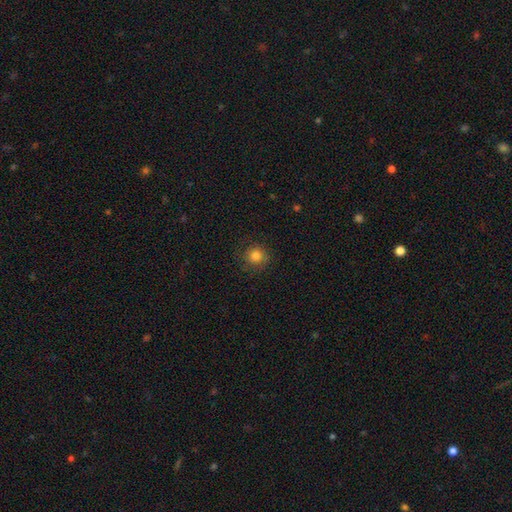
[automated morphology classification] A smooth galaxy with no disk features (81%) that is round (91%).

Vote fractions:
- Smooth or featured? smooth: 81% / star or artifact: 11% / featured or disk: 8%
- How rounded? round: 91% / in between: 8% / cigar-shaped: 1%
- Merging? none: 83% / minor disturbance: 12% / major disturbance: 5% / merger: 1%